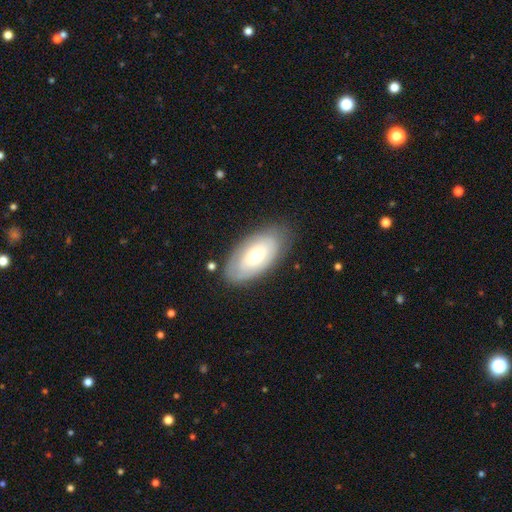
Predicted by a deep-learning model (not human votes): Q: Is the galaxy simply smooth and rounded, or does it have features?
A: smooth — 48%.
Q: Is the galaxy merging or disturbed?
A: none — 80%.